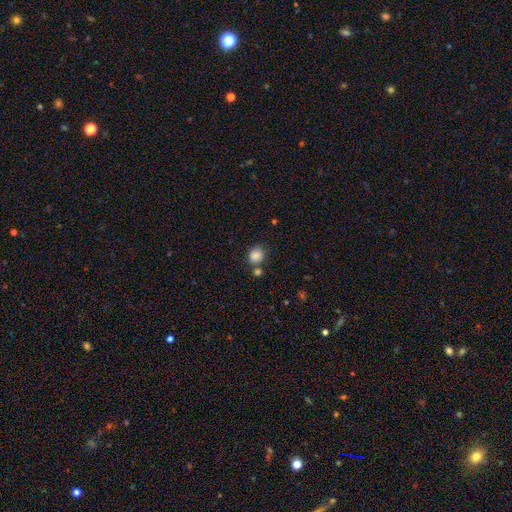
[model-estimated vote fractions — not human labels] The model was most divided on "how rounded": round: 76%, in between: 23%, cigar-shaped: 1%. More confident: smooth or featured — smooth (86%); merging — none (69%).